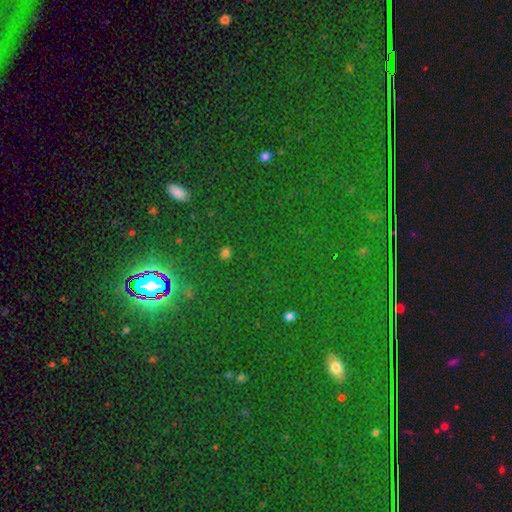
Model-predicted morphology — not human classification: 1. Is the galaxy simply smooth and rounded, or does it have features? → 82% star or artifact, 11% smooth, 7% featured or disk.